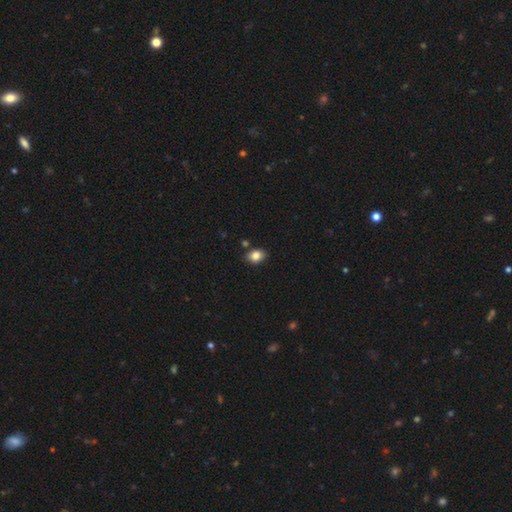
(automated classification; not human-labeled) Overall: smooth (84%). How rounded: in between (70%). Merging: none (82%).